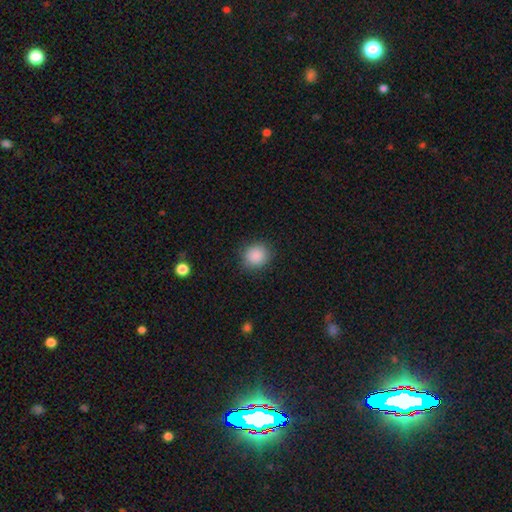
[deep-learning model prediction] A smooth galaxy with no disk features (88%) that is round (84%).

Vote fractions:
- Smooth or featured? smooth: 88% / star or artifact: 9% / featured or disk: 3%
- How rounded? round: 84% / in between: 15% / cigar-shaped: 1%
- Merging? none: 87% / minor disturbance: 9% / major disturbance: 3% / merger: 1%